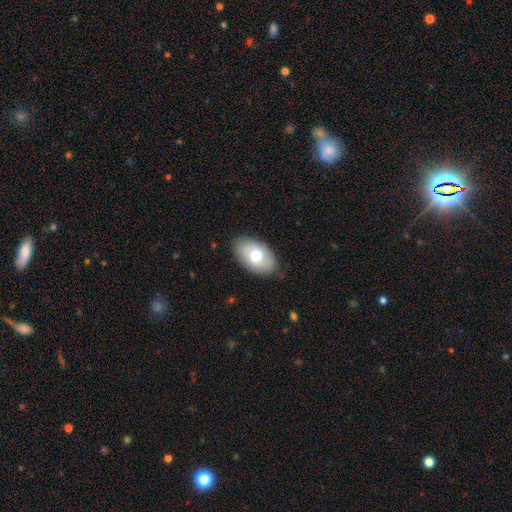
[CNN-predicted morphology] Smooth or featured?
  - smooth: 70% *
  - featured or disk: 24%
  - star or artifact: 7%
How rounded?
  - in between: 92% *
  - round: 7%
  - cigar-shaped: 1%
Merging?
  - none: 83% *
  - minor disturbance: 14%
  - major disturbance: 3%
  - merger: 1%